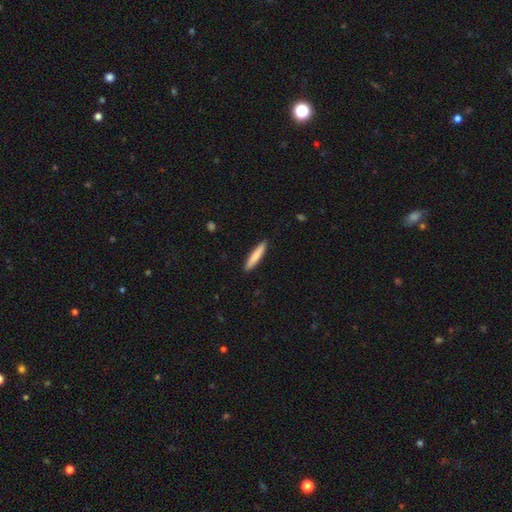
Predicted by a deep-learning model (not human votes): The model was most divided on "smooth or featured": smooth: 80%, featured or disk: 15%, star or artifact: 5%. More confident: how rounded — cigar-shaped (91%); merging — none (91%).